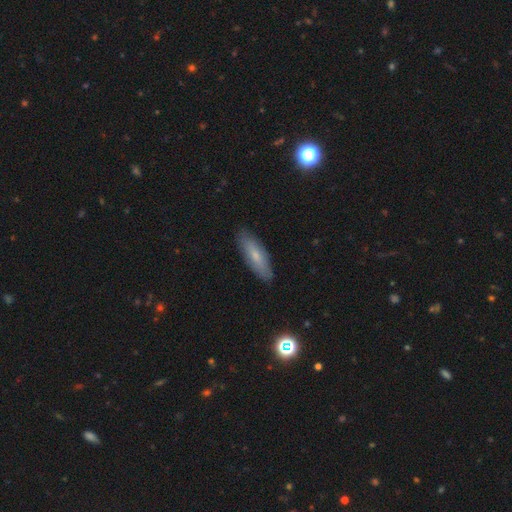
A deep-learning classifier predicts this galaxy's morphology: smooth-or-featured: smooth: 65% | featured or disk: 28% | star or artifact: 7%
  how-rounded: in between: 50% | cigar-shaped: 48% | round: 2%
  merging: none: 85% | minor disturbance: 11% | major disturbance: 2% | merger: 1%